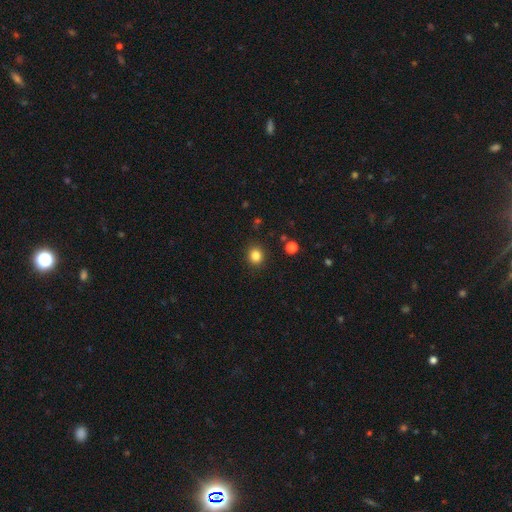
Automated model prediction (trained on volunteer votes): smooth-or-featured: smooth: 83% | star or artifact: 12% | featured or disk: 5%
  how-rounded: round: 83% | in between: 16% | cigar-shaped: 1%
  merging: none: 91% | minor disturbance: 6% | major disturbance: 2% | merger: 1%